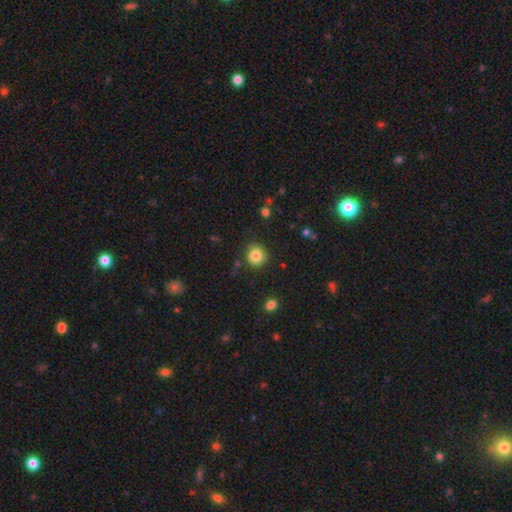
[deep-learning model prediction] smooth 84%, star or artifact 11%, featured or disk 5%. Down the decision tree: how rounded — round (91%); merging — none (86%).